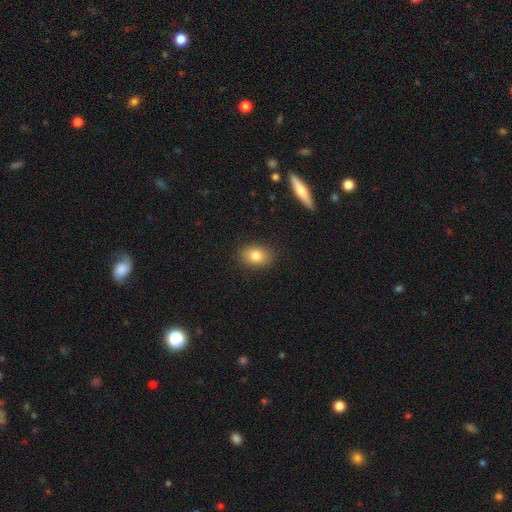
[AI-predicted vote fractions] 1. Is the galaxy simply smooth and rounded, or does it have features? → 81% smooth, 10% star or artifact, 9% featured or disk.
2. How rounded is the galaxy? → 72% in between, 26% round, 1% cigar-shaped.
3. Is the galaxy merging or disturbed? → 88% none, 9% minor disturbance, 2% major disturbance, 1% merger.